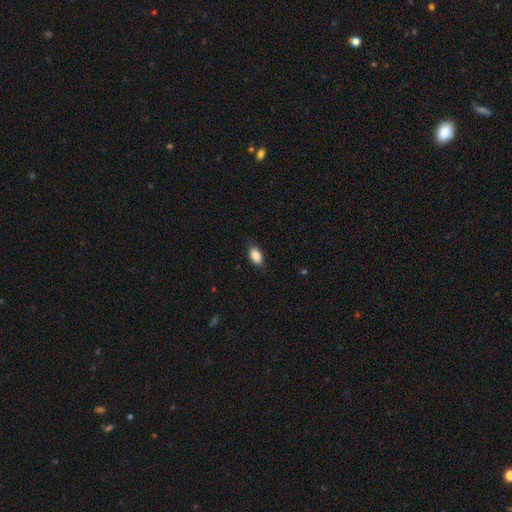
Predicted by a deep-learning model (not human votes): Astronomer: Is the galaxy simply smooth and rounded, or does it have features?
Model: smooth — 88%.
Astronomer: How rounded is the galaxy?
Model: in between — 92%.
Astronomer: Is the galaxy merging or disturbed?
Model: none — 84%.